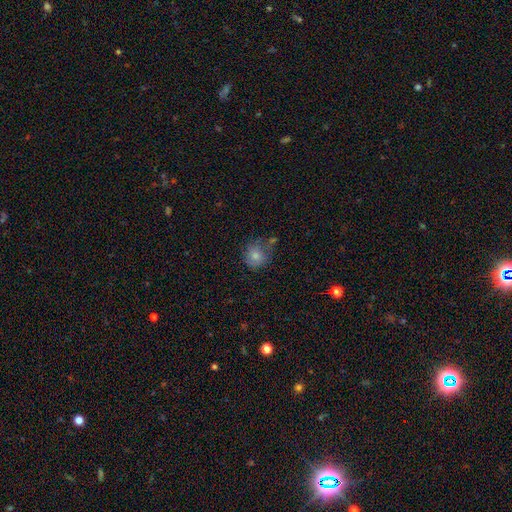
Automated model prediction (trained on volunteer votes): Morphology: type=smooth (77%); roundness=round (83%); merging=none (57%).